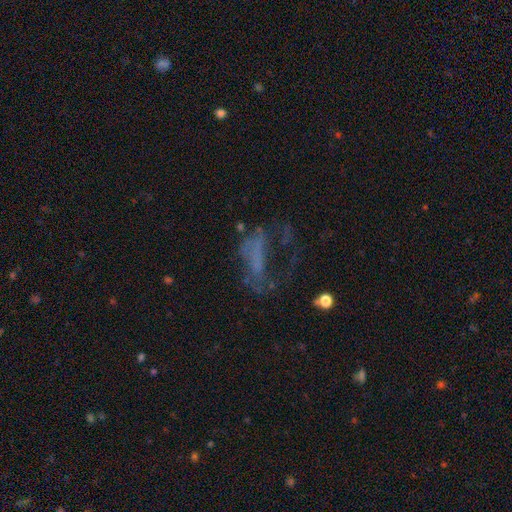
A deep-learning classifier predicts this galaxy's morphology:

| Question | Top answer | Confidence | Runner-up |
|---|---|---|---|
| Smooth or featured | featured or disk | 49% | smooth (26%) |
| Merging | major disturbance | 51% | none (29%) |